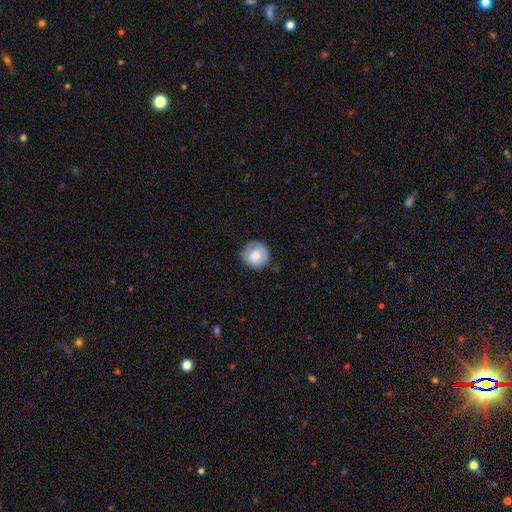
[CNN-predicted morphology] Smooth or featured: smooth — 76% (featured or disk — 17%)
How rounded: round — 92% (in between — 7%)
Merging: none — 70% (minor disturbance — 23%)